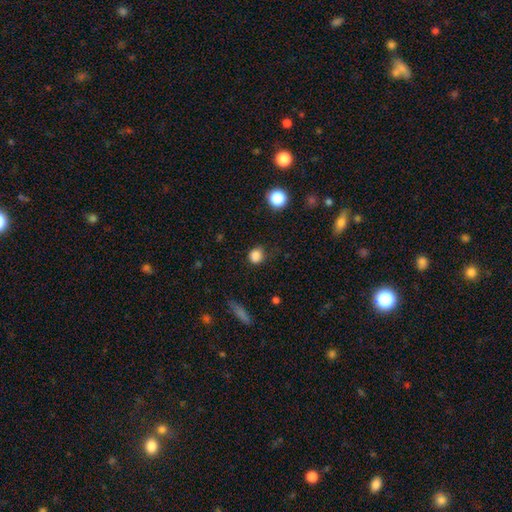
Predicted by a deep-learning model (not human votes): A smooth galaxy with no disk features (84%) that is round (76%). Merging: none (71%).